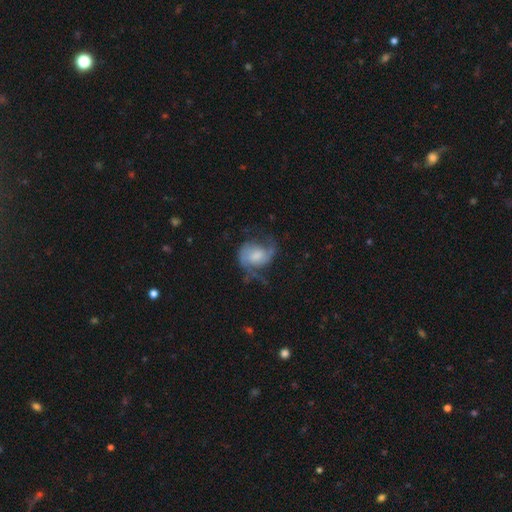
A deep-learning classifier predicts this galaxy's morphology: featured or disk 69%, smooth 24%, star or artifact 7%. Down the decision tree: edge-on disk — no (98%); bar — no (56%); spiral arms — yes (89%); spiral arm count — 2 (82%); spiral winding — medium (44%); bulge size — moderate (34%); merging — none (46%).